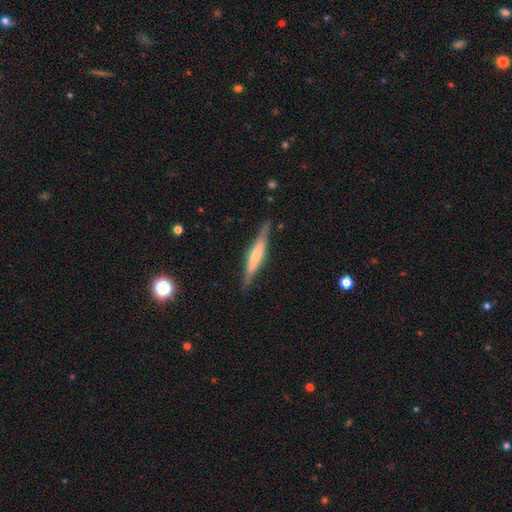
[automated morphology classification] This is possibly a featured or disk galaxy (50%). Merging: clearly none (84%).